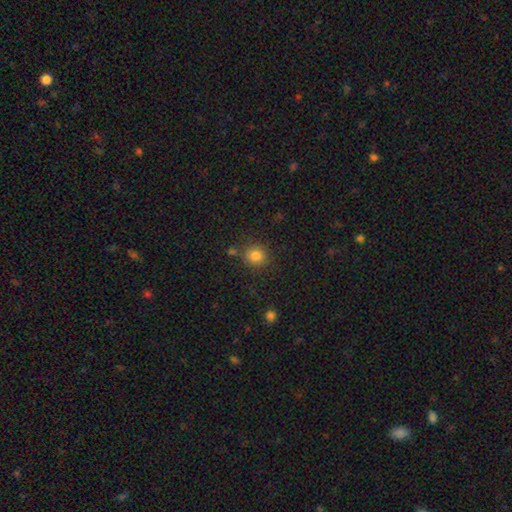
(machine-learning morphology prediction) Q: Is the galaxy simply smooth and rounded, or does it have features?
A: smooth — 82%.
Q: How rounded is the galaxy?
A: round — 88%.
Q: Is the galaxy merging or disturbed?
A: none — 81%.